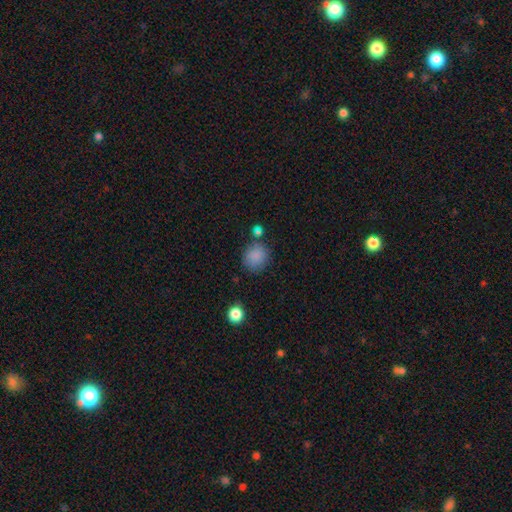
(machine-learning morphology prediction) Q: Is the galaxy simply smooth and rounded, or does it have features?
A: smooth — 85%.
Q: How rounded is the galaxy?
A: round — 81%.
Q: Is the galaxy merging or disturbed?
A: none — 75%.